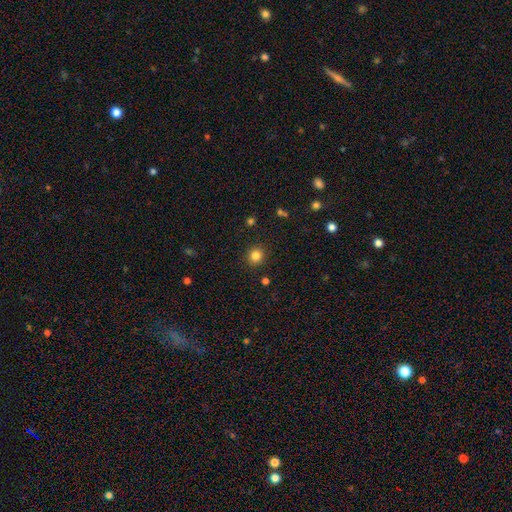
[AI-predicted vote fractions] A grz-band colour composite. It shows a smooth galaxy with no disk features (83%) that is round (90%). Merging: none (91%).